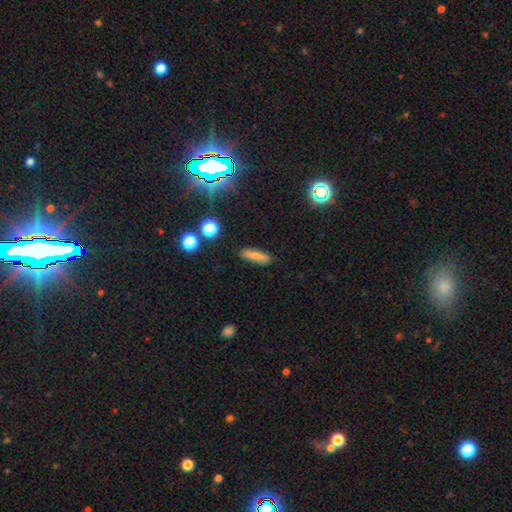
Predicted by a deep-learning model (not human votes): Morphology: type=smooth (75%); roundness=cigar-shaped (71%); merging=none (84%).